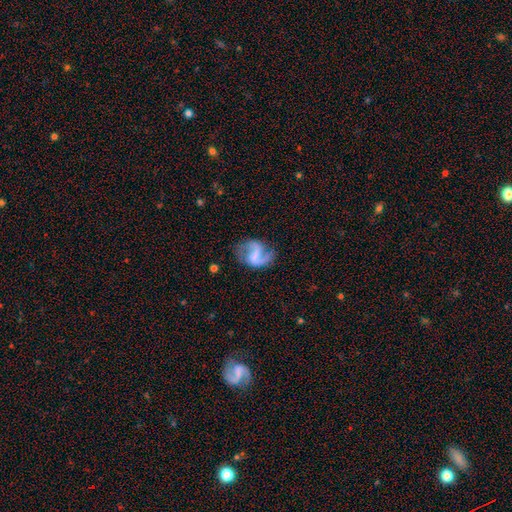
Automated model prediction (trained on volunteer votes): smooth_or_featured: featured or disk (p=0.80) [alt: smooth p=0.13]
disk_edge_on: no (p=0.98) [alt: yes p=0.02]
bar: weak (p=0.48) [alt: strong p=0.28]
has_spiral_arms: yes (p=0.93) [alt: no p=0.07]
spiral_winding: loose (p=0.52) [alt: medium p=0.39]
spiral_arm_count: 2 (p=0.86) [alt: 1 p=0.07]
bulge_size: none (p=0.53) [alt: small p=0.24]
merging: none (p=0.65) [alt: minor disturbance p=0.19]